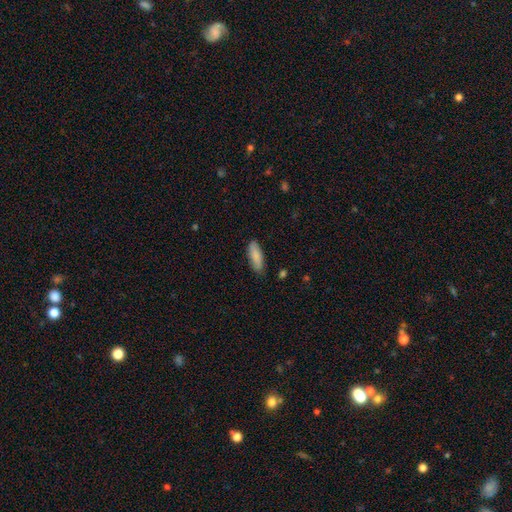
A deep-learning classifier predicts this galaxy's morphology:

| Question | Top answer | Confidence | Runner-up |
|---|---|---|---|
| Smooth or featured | smooth | 86% | featured or disk (8%) |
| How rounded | in between | 63% | cigar-shaped (36%) |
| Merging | none | 84% | minor disturbance (13%) |